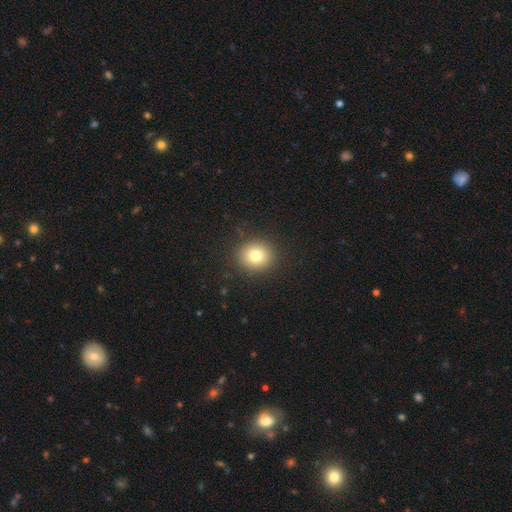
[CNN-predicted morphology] Smooth or featured? Predicted: smooth (p=0.79). How rounded? Predicted: round (p=0.81). Merging? Predicted: none (p=0.90).